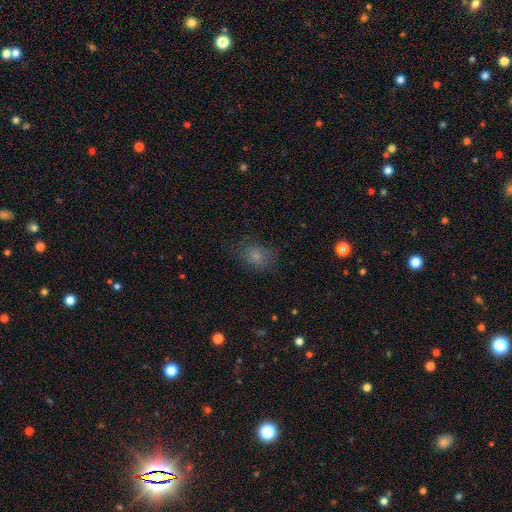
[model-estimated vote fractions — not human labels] This appears to be a smooth galaxy with no disk features (73%) that is in between round and cigar-shaped (59%). Merging: none (70%).